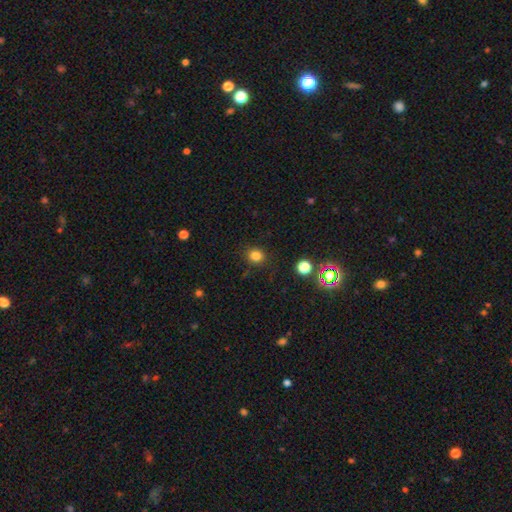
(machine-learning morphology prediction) Smooth or featured? Predicted: smooth (p=0.81). How rounded? Predicted: round (p=0.80). Merging? Predicted: none (p=0.87).